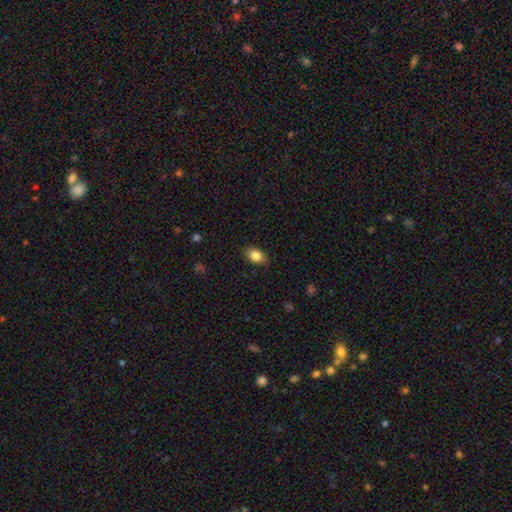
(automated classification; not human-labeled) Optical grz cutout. It shows a smooth galaxy with no disk features (84%) that is in between round and cigar-shaped (84%). Merging: none (83%).